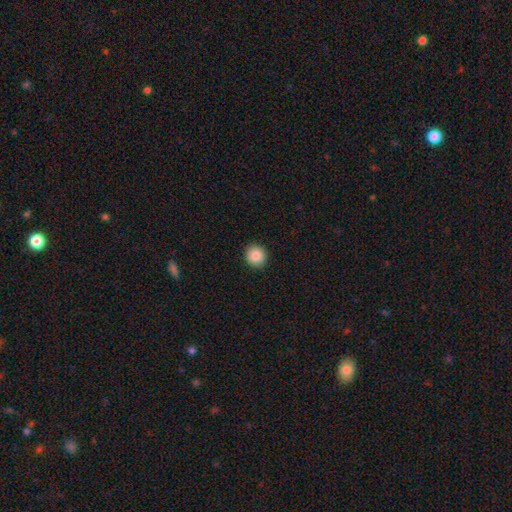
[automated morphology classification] smooth_or_featured: smooth (p=0.87) [alt: star or artifact p=0.09]
how_rounded: round (p=0.90) [alt: in between p=0.09]
merging: none (p=0.92) [alt: minor disturbance p=0.06]